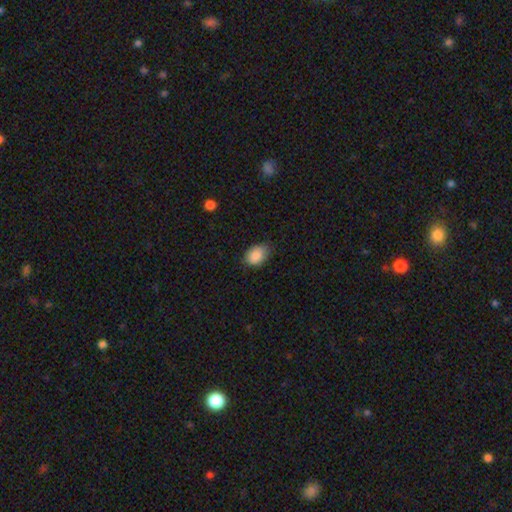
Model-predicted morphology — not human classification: This is clearly a smooth galaxy (86%). How rounded: likely in between (75%). Merging: likely none (69%).